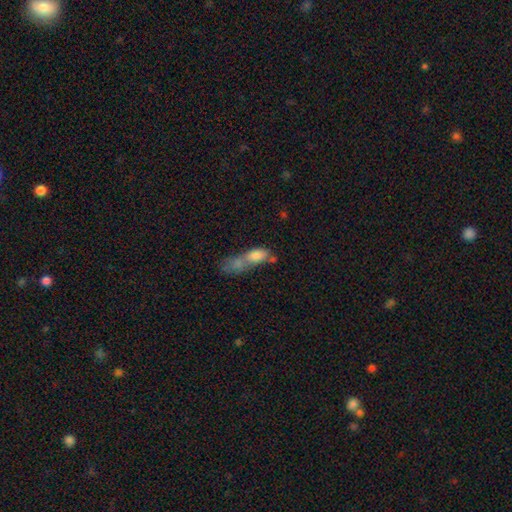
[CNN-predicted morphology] A smooth galaxy with no disk features (70%) that is in between round and cigar-shaped (65%).

Vote fractions:
- Smooth or featured? smooth: 70% / featured or disk: 20% / star or artifact: 10%
- How rounded? in between: 65% / cigar-shaped: 26% / round: 8%
- Merging? merger: 56% / major disturbance: 18% / none: 14% / minor disturbance: 12%